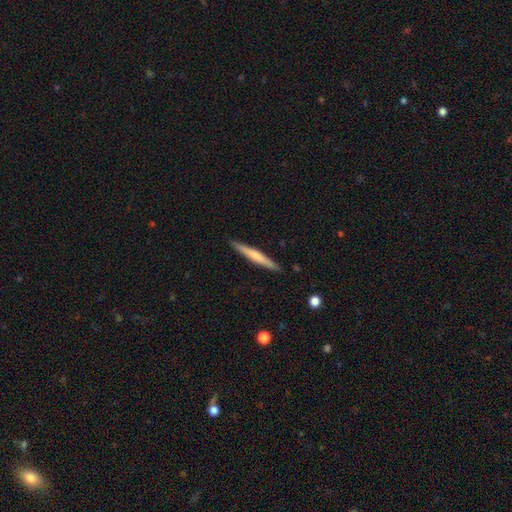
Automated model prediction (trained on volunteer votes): A smooth galaxy with no disk features (54%) that is cigar-shaped (96%).

Vote fractions:
- Smooth or featured? smooth: 54% / featured or disk: 41% / star or artifact: 5%
- How rounded? cigar-shaped: 96% / in between: 3% / round: 1%
- Merging? none: 90% / minor disturbance: 7% / major disturbance: 1% / merger: 1%